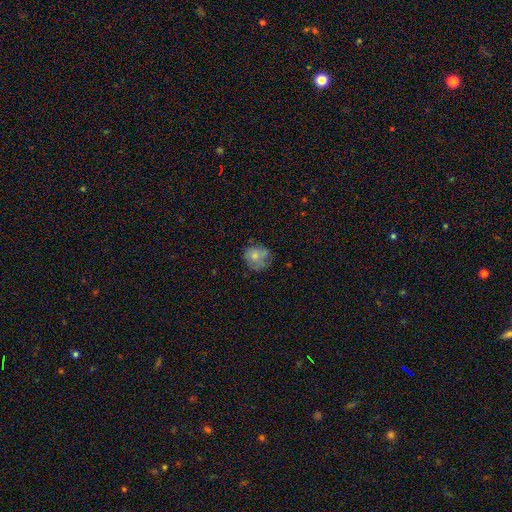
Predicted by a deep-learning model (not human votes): A smooth galaxy with no disk features (68%) that is round (72%).

Vote fractions:
- Smooth or featured? smooth: 68% / featured or disk: 23% / star or artifact: 10%
- How rounded? round: 72% / in between: 27% / cigar-shaped: 1%
- Merging? none: 56% / minor disturbance: 27% / major disturbance: 14% / merger: 4%